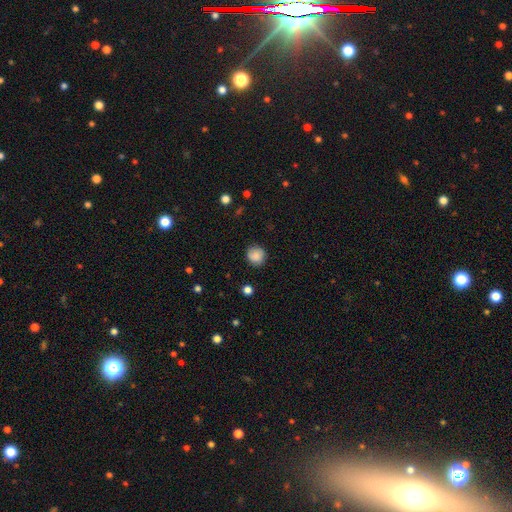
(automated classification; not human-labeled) smooth_or_featured: smooth (p=0.87) [alt: star or artifact p=0.09]
how_rounded: round (p=0.91) [alt: in between p=0.08]
merging: none (p=0.87) [alt: minor disturbance p=0.09]